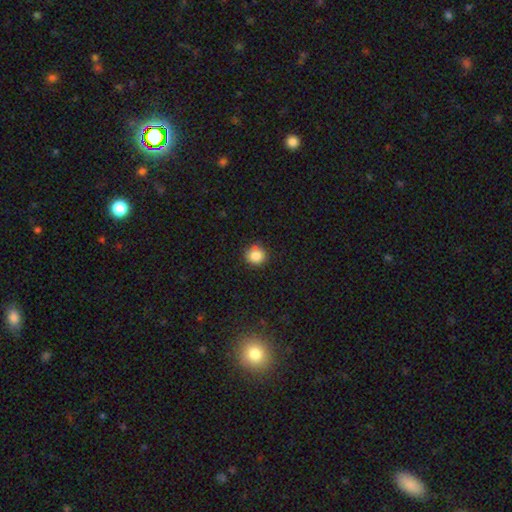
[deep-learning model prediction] This appears to be a smooth galaxy with no disk features (85%) that is round (91%). Merging: none (84%).